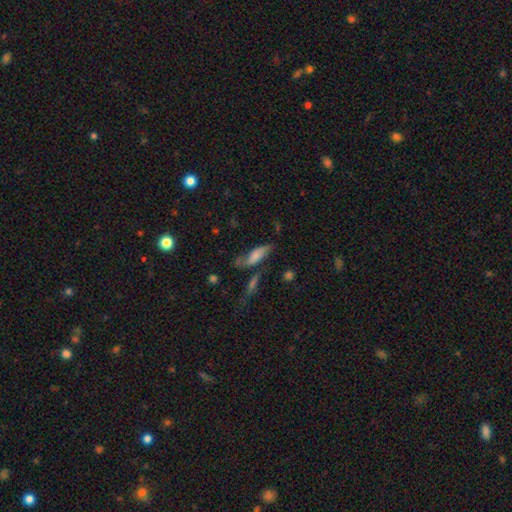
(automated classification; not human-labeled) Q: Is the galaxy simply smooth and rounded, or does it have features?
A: smooth — 63%.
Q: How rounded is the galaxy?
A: in between — 64%.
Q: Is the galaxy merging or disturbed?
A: none — 48%.